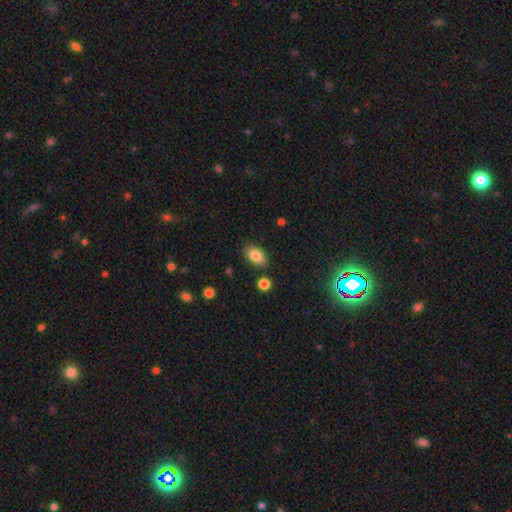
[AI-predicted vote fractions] Smooth or featured? Predicted: smooth (p=0.83). How rounded? Predicted: in between (p=0.90). Merging? Predicted: none (p=0.84).